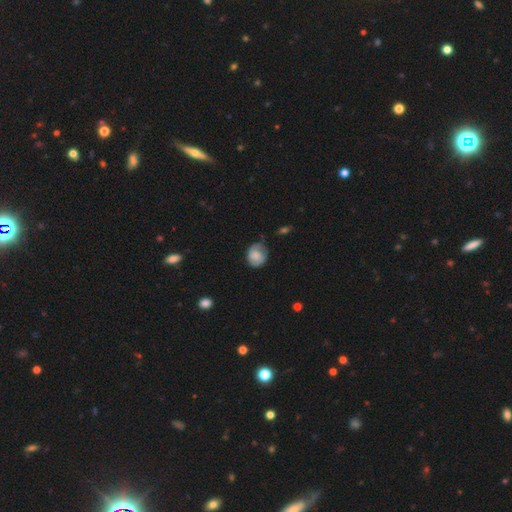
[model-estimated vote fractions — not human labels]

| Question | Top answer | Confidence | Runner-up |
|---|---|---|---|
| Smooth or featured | smooth | 61% | featured or disk (32%) |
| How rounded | round | 62% | in between (37%) |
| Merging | none | 58% | minor disturbance (31%) |